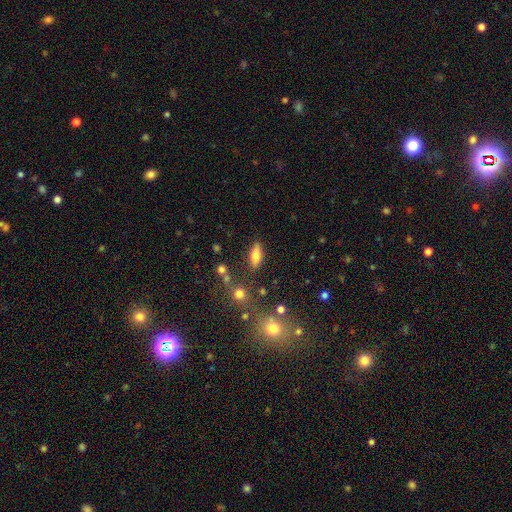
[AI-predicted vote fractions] smooth-or-featured: smooth: 68% | featured or disk: 22% | star or artifact: 9%
  how-rounded: in between: 74% | cigar-shaped: 22% | round: 4%
  merging: none: 81% | minor disturbance: 12% | merger: 4% | major disturbance: 4%